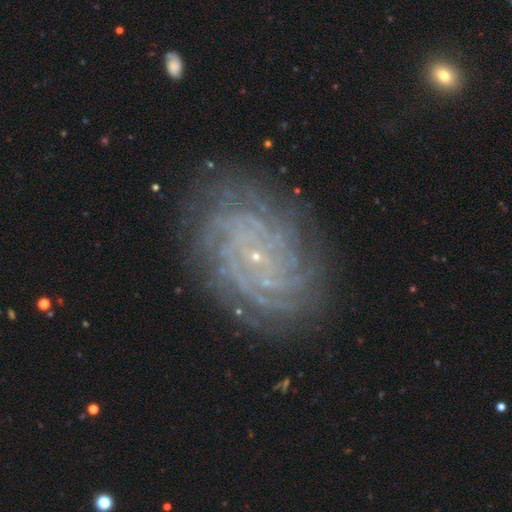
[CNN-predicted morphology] featured or disk 86%, star or artifact 8%, smooth 6%. Down the decision tree: edge-on disk — no (97%); bar — no (77%); spiral arms — yes (98%); spiral arm count — more than 4 (34%); spiral winding — tight (81%); bulge size — small (89%); merging — none (84%).